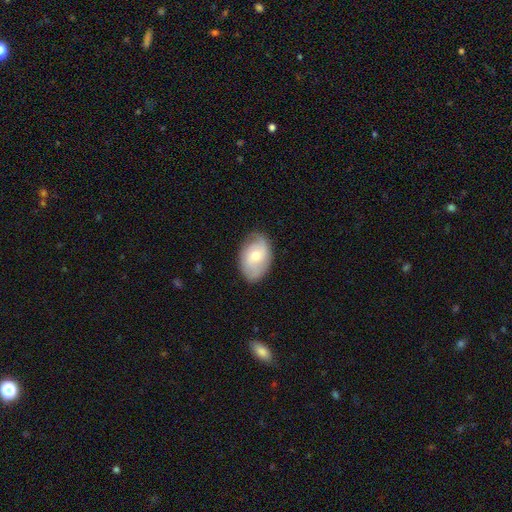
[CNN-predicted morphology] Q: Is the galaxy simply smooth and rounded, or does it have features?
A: featured or disk — 48%.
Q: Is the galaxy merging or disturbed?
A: none — 78%.